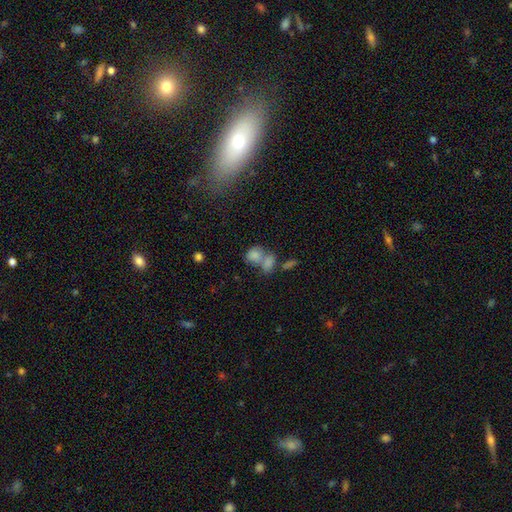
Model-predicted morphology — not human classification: Smooth or featured? smooth (78%)
How rounded? in between (53%)
Merging? merger (58%)